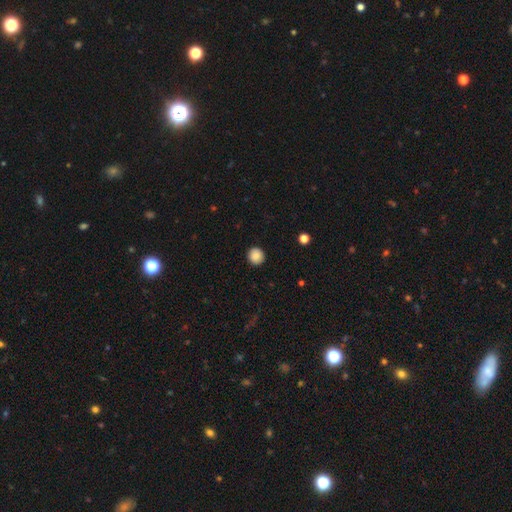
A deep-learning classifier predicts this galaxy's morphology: Smooth or featured: smooth — 87% (star or artifact — 9%)
How rounded: round — 94% (in between — 5%)
Merging: none — 91% (minor disturbance — 6%)